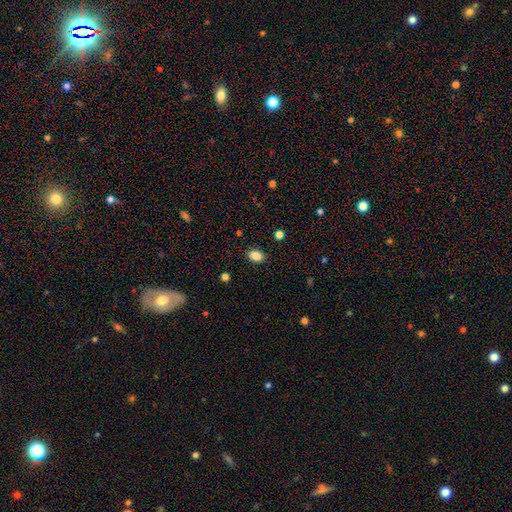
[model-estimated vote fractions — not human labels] Smooth or featured? smooth (87%)
How rounded? in between (82%)
Merging? none (87%)